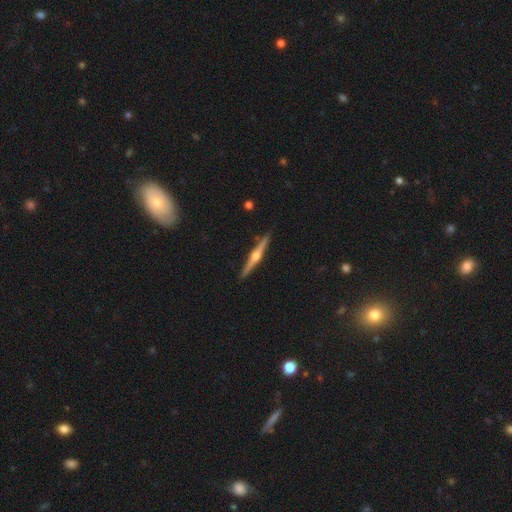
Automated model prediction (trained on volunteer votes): Smooth or featured? featured or disk (80%)
Edge-on disk? yes (99%)
Edge-on bulge? rounded (94%)
Merging? none (91%)